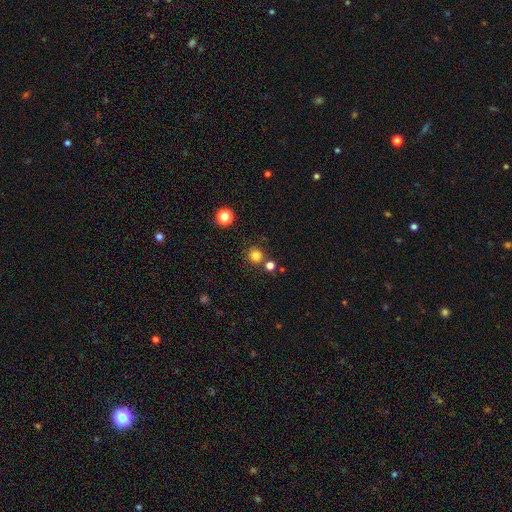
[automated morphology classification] Overall: smooth (80%). How rounded: round (94%). Merging: none (81%).